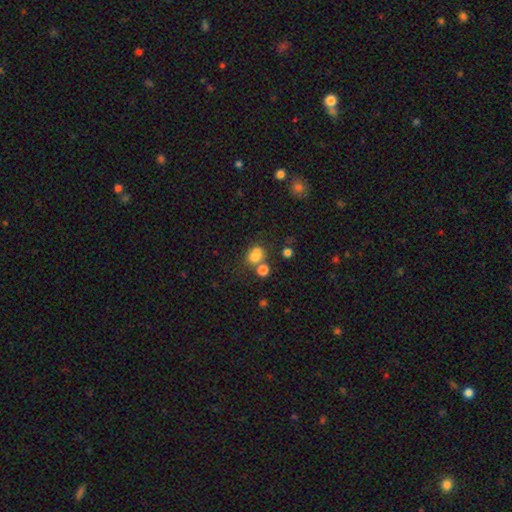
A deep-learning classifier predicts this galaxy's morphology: Smooth or featured?
  - smooth: 74% *
  - star or artifact: 15%
  - featured or disk: 11%
How rounded?
  - round: 53% *
  - in between: 46%
  - cigar-shaped: 1%
Merging?
  - none: 43% *
  - merger: 37%
  - minor disturbance: 13%
  - major disturbance: 6%